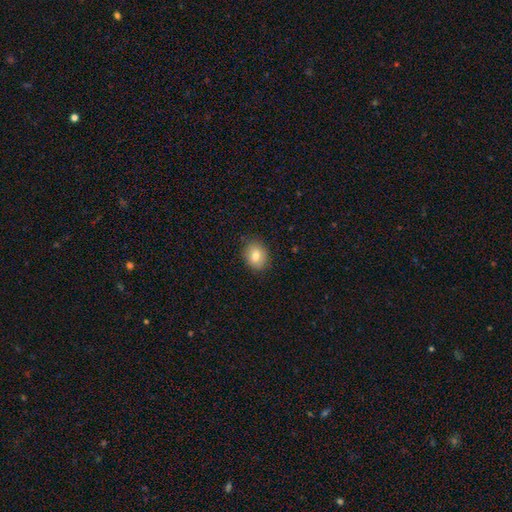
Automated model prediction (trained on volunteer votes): Smooth or featured? smooth (81%)
How rounded? in between (57%)
Merging? none (86%)